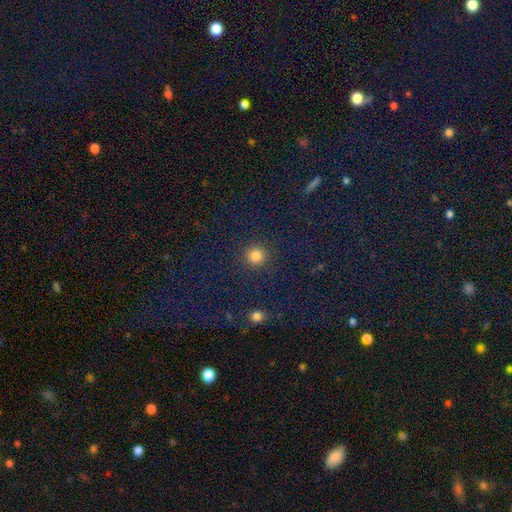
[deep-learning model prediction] Smooth or featured? Predicted: smooth (p=0.82). How rounded? Predicted: round (p=0.94). Merging? Predicted: none (p=0.90).